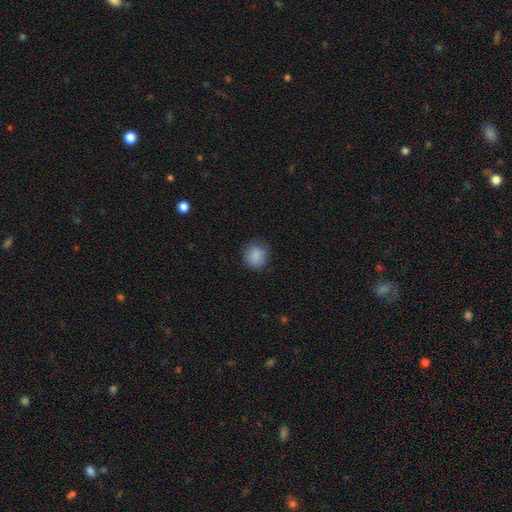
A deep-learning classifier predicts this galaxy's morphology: Smooth or featured: smooth — 86% (star or artifact — 8%)
How rounded: round — 78% (in between — 21%)
Merging: none — 78% (minor disturbance — 16%)